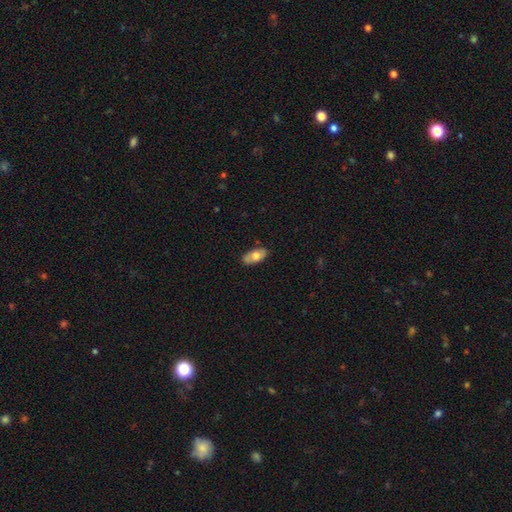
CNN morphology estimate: This is likely a smooth galaxy (67%). How rounded: clearly in between (92%). Merging: clearly none (83%).